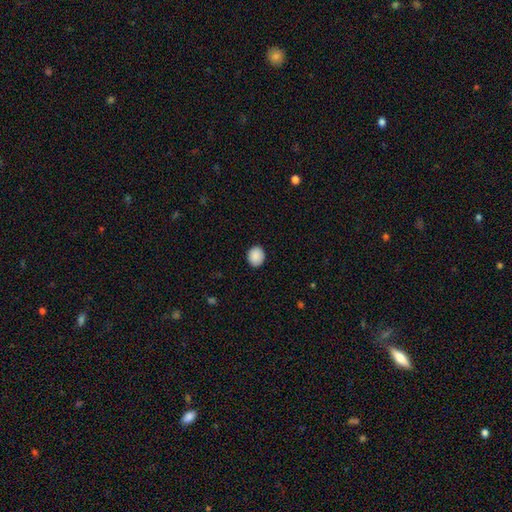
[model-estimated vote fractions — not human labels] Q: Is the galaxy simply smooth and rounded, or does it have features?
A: smooth — 90%.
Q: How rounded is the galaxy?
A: round — 70%.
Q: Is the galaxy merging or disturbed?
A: none — 90%.